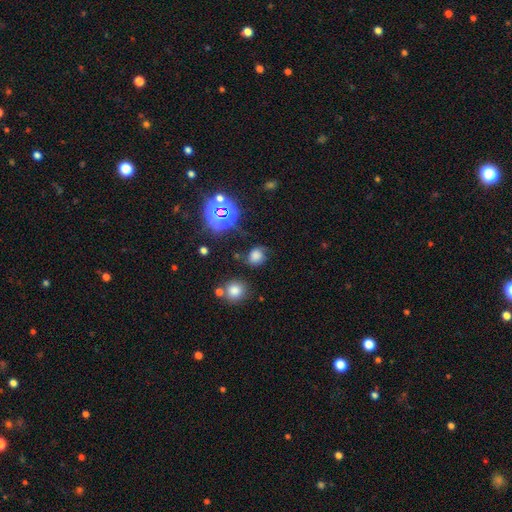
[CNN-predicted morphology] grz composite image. It shows a smooth galaxy with no disk features (67%) that is round (63%). Merging: none (65%).